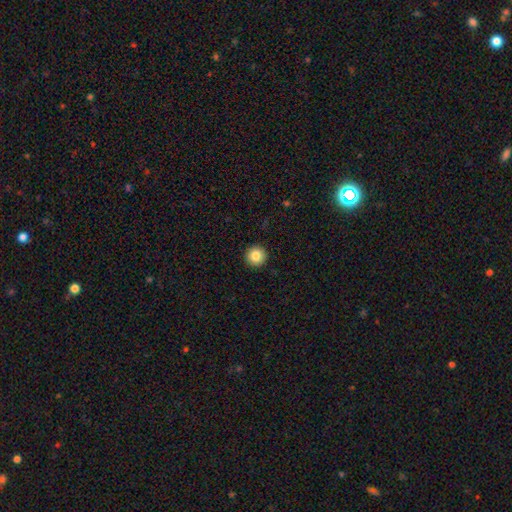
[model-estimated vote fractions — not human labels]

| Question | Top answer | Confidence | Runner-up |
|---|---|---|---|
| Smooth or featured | smooth | 85% | star or artifact (9%) |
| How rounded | round | 96% | in between (3%) |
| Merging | none | 93% | minor disturbance (4%) |